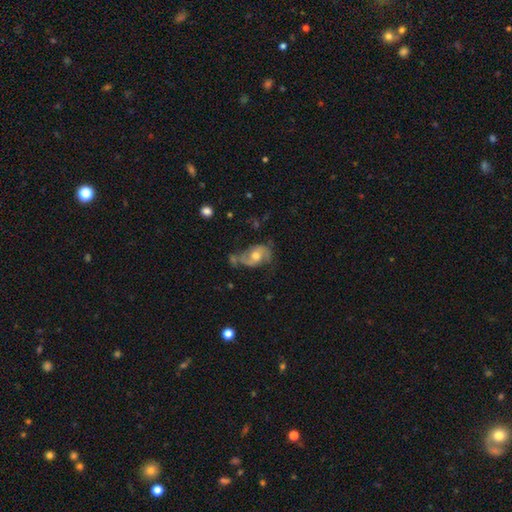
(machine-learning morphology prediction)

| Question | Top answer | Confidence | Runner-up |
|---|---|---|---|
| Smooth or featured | featured or disk | 72% | smooth (21%) |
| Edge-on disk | no | 96% | yes (4%) |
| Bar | no | 61% | weak (33%) |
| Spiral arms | yes | 88% | no (12%) |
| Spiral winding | medium | 45% | loose (39%) |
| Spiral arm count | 2 | 84% | can't tell (7%) |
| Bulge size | moderate | 66% | large (16%) |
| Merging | none | 44% | minor disturbance (26%) |